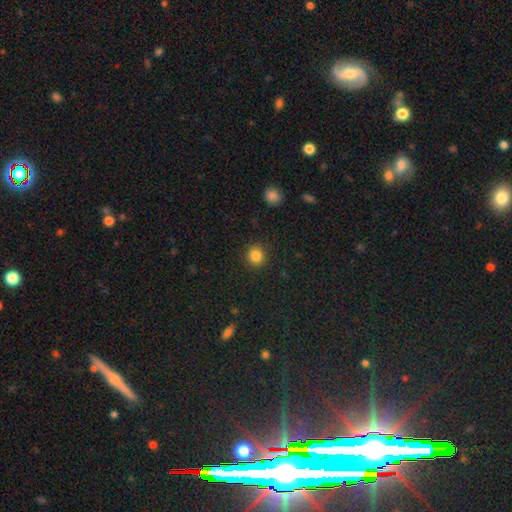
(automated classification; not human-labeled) smooth-or-featured: smooth: 85% | star or artifact: 11% | featured or disk: 4%
  how-rounded: round: 90% | in between: 10% | cigar-shaped: 1%
  merging: none: 91% | minor disturbance: 6% | major disturbance: 2% | merger: 1%